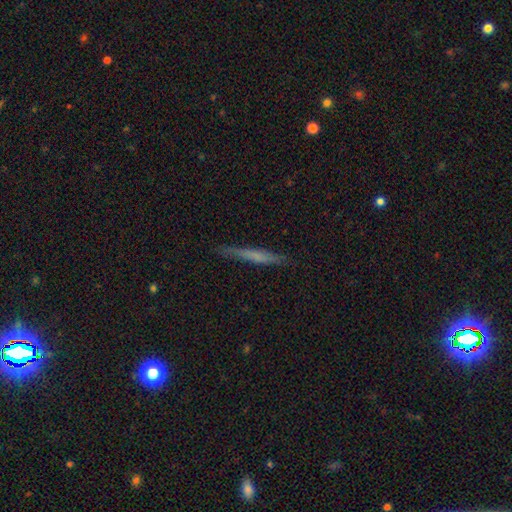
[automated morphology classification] This appears to be a smooth galaxy with no disk features (51%) that is cigar-shaped (95%). Merging: none (86%).